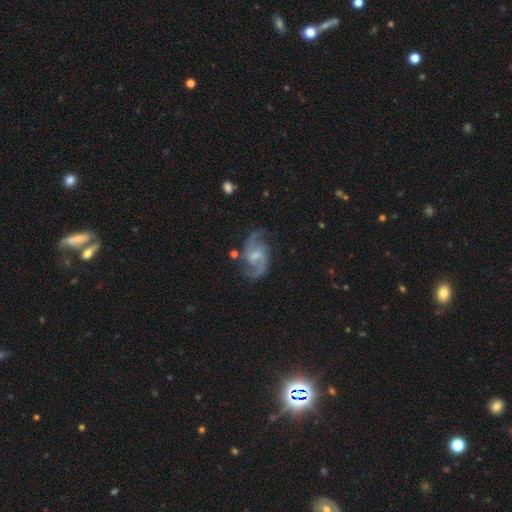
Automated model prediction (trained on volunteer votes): Overall: featured or disk (90%). Edge-on disk: no (98%). Bar: weak (61%; no 22%). Spiral arms: yes (98%). Spiral arm count: 2 (91%). Spiral winding: medium (55%; loose 33%). Bulge size: small (46%; moderate 34%). Merging: none (75%).